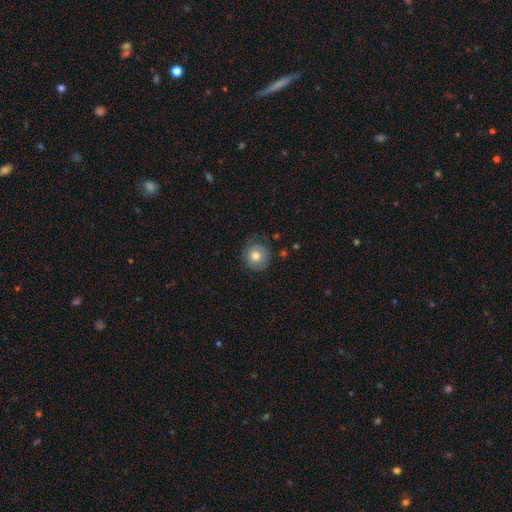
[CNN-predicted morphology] This is likely a smooth galaxy (71%). How rounded: clearly round (91%). Merging: likely none (79%).